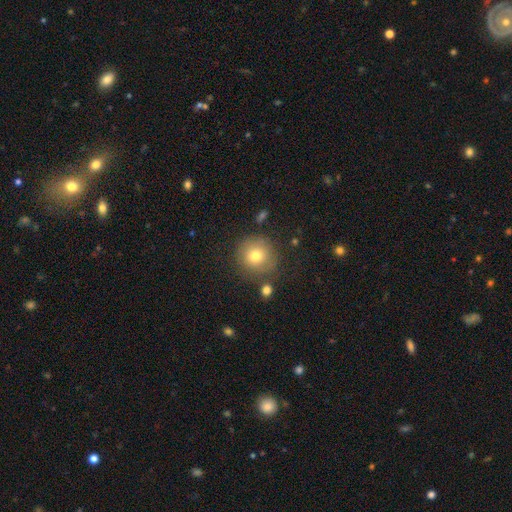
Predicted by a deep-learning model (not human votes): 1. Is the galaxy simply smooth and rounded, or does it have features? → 76% smooth, 12% featured or disk, 12% star or artifact.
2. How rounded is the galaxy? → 92% round, 7% in between, 1% cigar-shaped.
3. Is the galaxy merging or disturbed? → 79% none, 12% minor disturbance, 5% major disturbance, 5% merger.